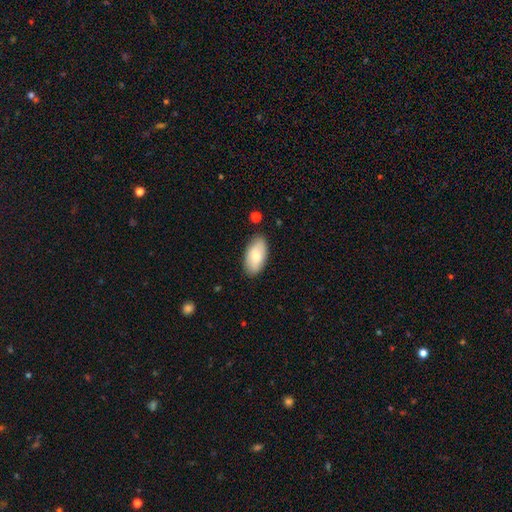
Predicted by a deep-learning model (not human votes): Overall: smooth (69%). How rounded: in between (94%). Merging: none (84%).